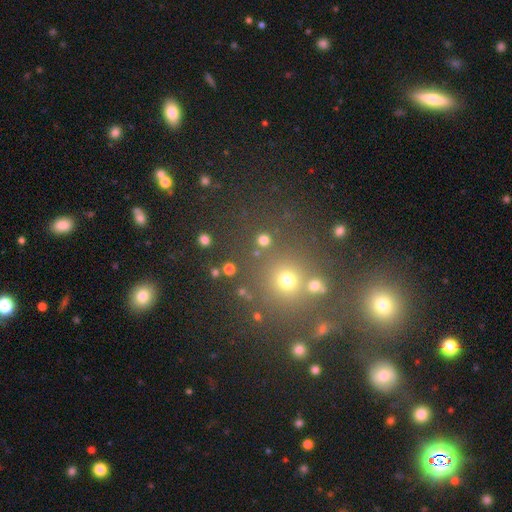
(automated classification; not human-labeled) Smooth or featured: smooth — 46% (star or artifact — 43%)
Merging: none — 72% (merger — 15%)